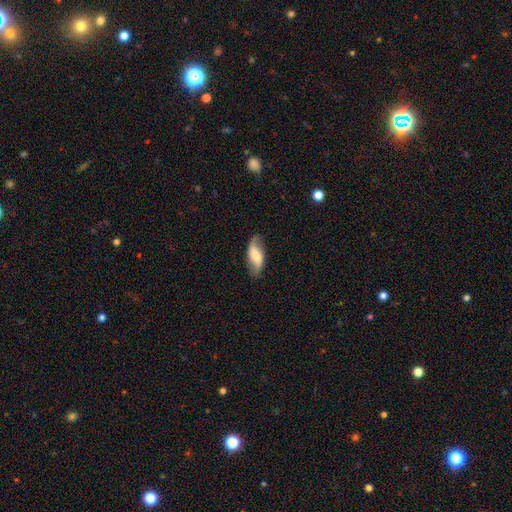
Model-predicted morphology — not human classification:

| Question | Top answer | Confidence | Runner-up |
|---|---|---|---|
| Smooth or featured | featured or disk | 51% | smooth (42%) |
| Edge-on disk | no | 87% | yes (13%) |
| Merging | none | 75% | minor disturbance (18%) |